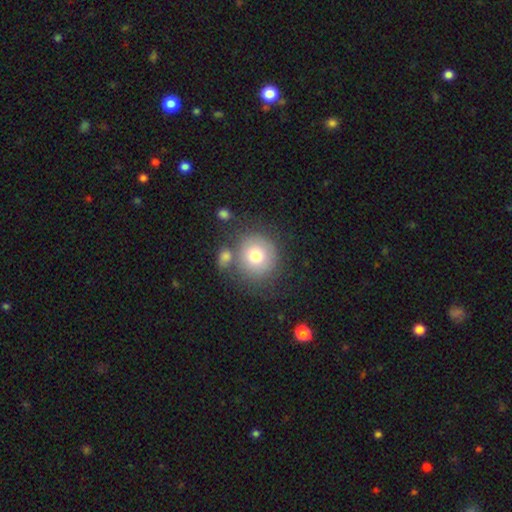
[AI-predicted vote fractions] Morphology: type=smooth (74%); roundness=round (89%); merging=none (62%).